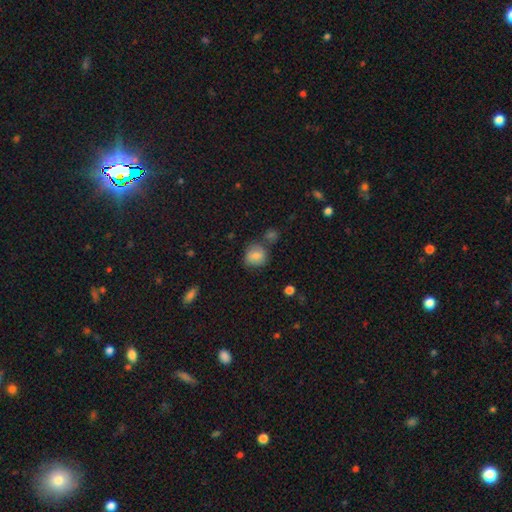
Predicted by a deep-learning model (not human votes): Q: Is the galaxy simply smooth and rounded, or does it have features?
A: smooth — 79%.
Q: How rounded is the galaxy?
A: round — 77%.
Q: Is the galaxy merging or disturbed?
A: none — 65%.